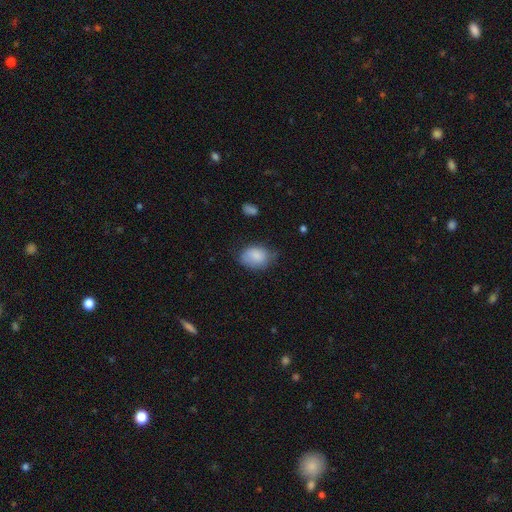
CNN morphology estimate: type=smooth (84%); roundness=in between (75%); merging=none (55%).